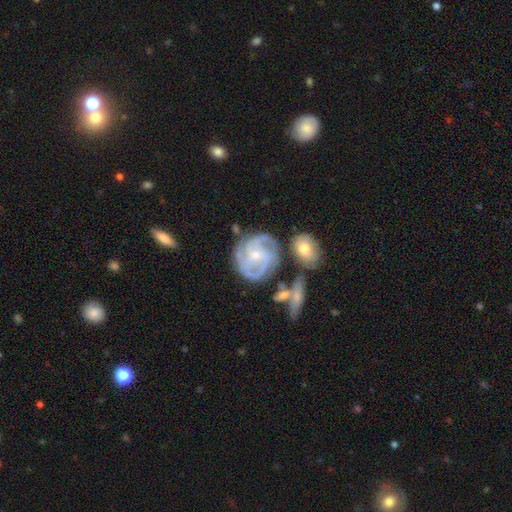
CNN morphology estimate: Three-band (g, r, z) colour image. It shows a featured or disk galaxy (82%) with no bar (59%), 3 (34%) tight (48%) spiral arms (93%) and a small central bulge (69%). Merging: none (62%).